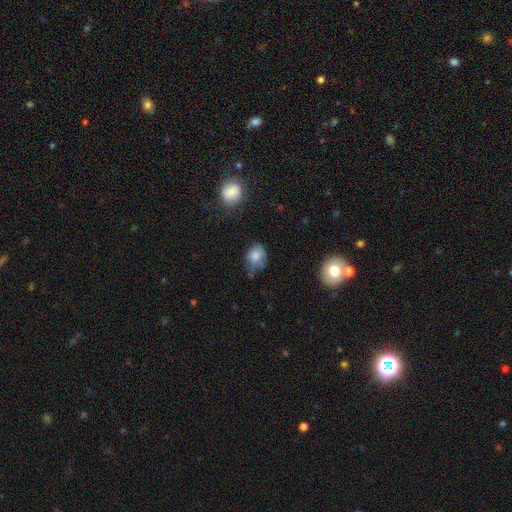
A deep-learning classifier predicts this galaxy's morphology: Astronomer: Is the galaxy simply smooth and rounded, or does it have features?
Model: smooth — 75%.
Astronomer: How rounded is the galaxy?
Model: in between — 58% (runner-up: round, 41%).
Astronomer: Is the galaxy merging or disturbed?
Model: minor disturbance — 41% (runner-up: none, 38%).